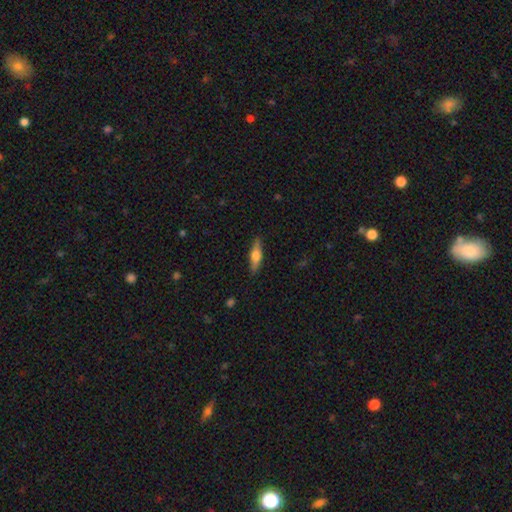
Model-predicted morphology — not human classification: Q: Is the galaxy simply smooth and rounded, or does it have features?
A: smooth — 49%.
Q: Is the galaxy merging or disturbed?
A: none — 87%.